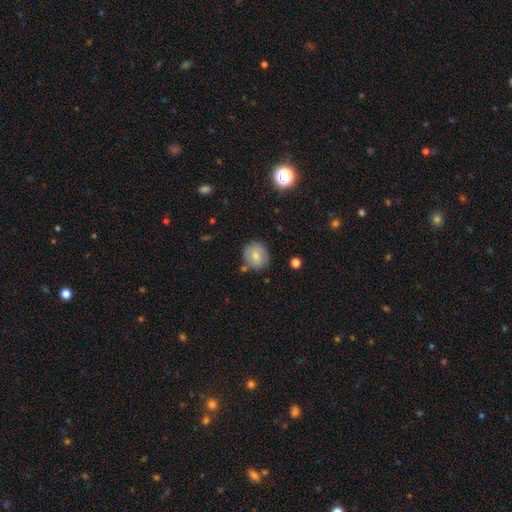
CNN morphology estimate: Overall: smooth (71%). How rounded: round (80%). Merging: none (75%).